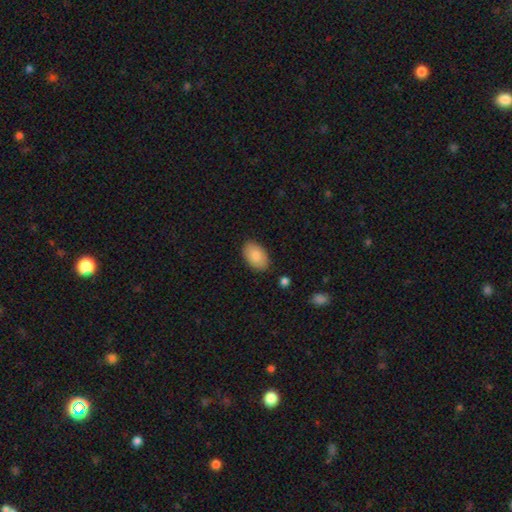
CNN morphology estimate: smooth 85%, featured or disk 8%, star or artifact 6%. Down the decision tree: how rounded — in between (93%); merging — none (85%).